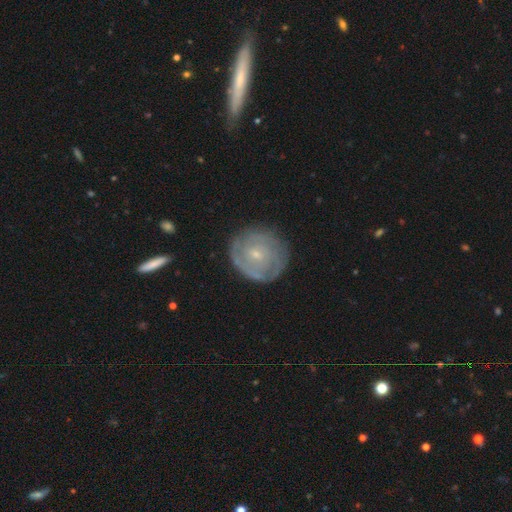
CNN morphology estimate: smooth-or-featured: featured or disk: 69% | smooth: 24% | star or artifact: 6%
  disk-edge-on: no: 97% | yes: 3%
    bar: no: 69% | weak: 25% | strong: 5%
    has-spiral-arms: yes: 82% | no: 18%
      spiral-winding: tight: 74% | medium: 20% | loose: 7%
      spiral-arm-count: can't tell: 48% | 2: 24% | 3: 12% | 1: 6% | 4: 6% | more than 4: 4%
    bulge-size: small: 79% | moderate: 17% | none: 2% | large: 1% | dominant: 1%
  merging: none: 80% | minor disturbance: 14% | major disturbance: 5% | merger: 1%